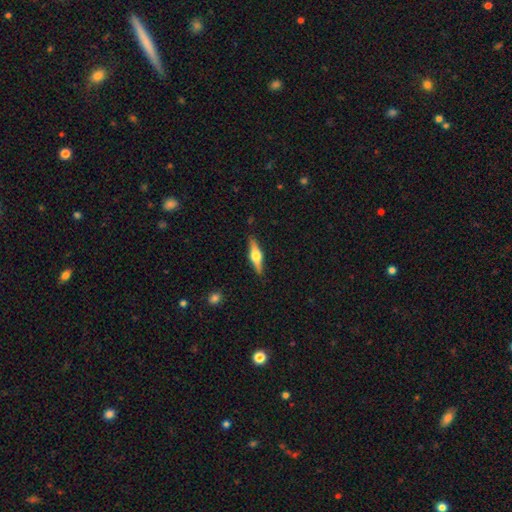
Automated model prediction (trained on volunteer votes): Morphology: type=featured or disk (66%); edge-on=yes (97%); edge-on bulge=rounded (94%); merging=none (89%).